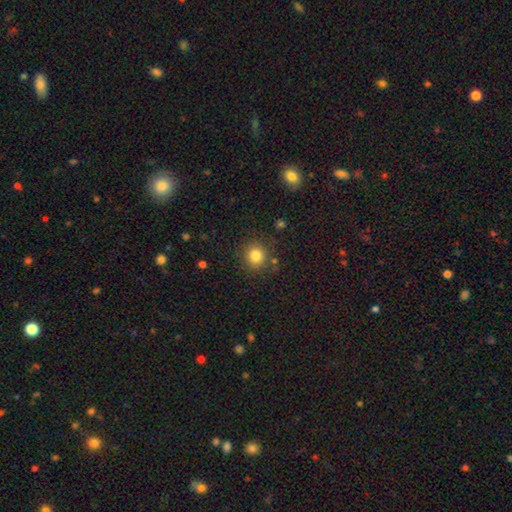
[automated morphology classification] Overall: smooth (82%). How rounded: round (90%). Merging: none (85%).